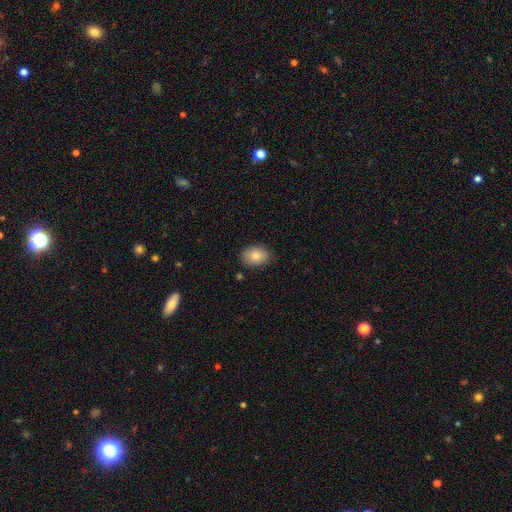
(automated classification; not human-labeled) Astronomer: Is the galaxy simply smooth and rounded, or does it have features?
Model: smooth — 84%.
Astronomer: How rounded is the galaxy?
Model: in between — 74%.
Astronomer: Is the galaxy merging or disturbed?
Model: none — 83%.